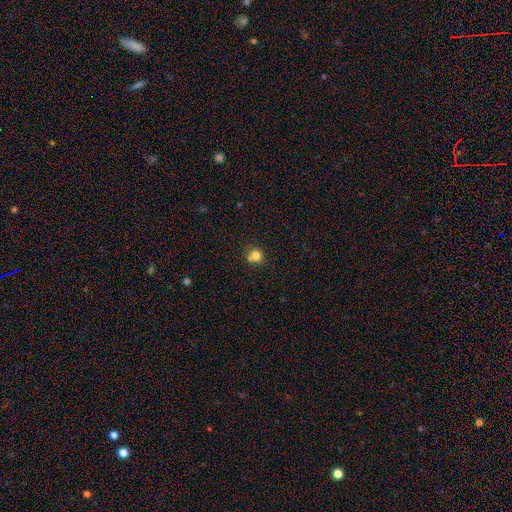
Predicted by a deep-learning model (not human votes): This appears to be a smooth galaxy with no disk features (78%) that is round (86%). Merging: none (61%).